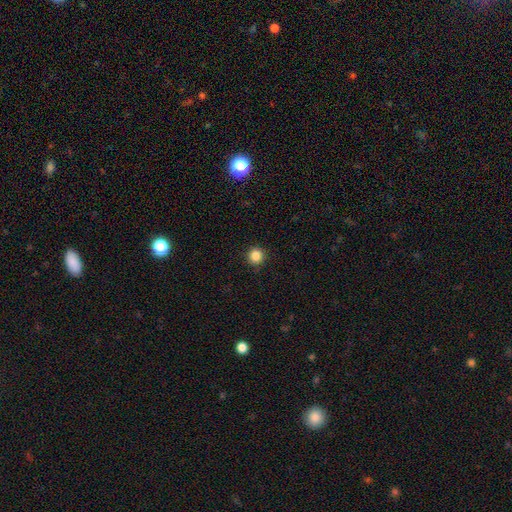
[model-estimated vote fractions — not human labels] Smooth or featured?
  - smooth: 86% *
  - star or artifact: 11%
  - featured or disk: 3%
How rounded?
  - round: 94% *
  - in between: 5%
  - cigar-shaped: 1%
Merging?
  - none: 91% *
  - minor disturbance: 6%
  - major disturbance: 2%
  - merger: 1%